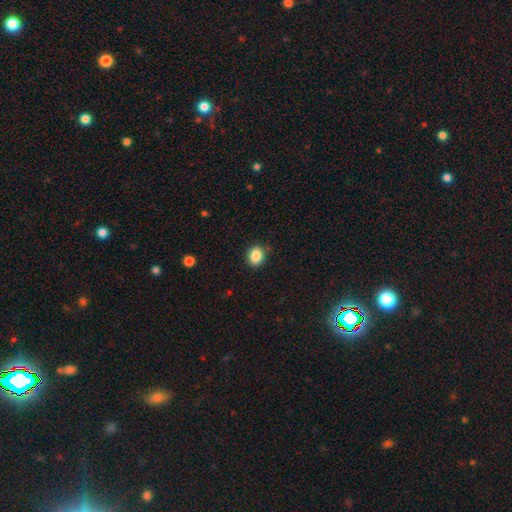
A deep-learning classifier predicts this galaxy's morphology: Smooth or featured? smooth (86%)
How rounded? in between (52%)
Merging? none (87%)